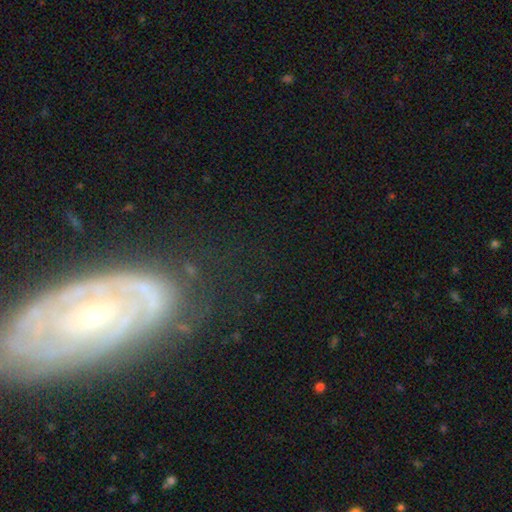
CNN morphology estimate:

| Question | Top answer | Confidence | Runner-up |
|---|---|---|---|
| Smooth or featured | featured or disk | 70% | smooth (15%) |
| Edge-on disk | no | 92% | yes (8%) |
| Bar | no | 62% | weak (26%) |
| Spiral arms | yes | 76% | no (24%) |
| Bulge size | small | 61% | moderate (25%) |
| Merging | none | 63% | minor disturbance (19%) |